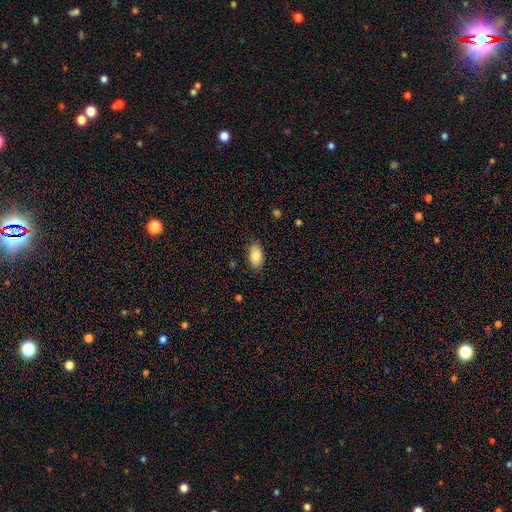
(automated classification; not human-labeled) Morphology: type=smooth (83%); roundness=in between (93%); merging=none (85%).